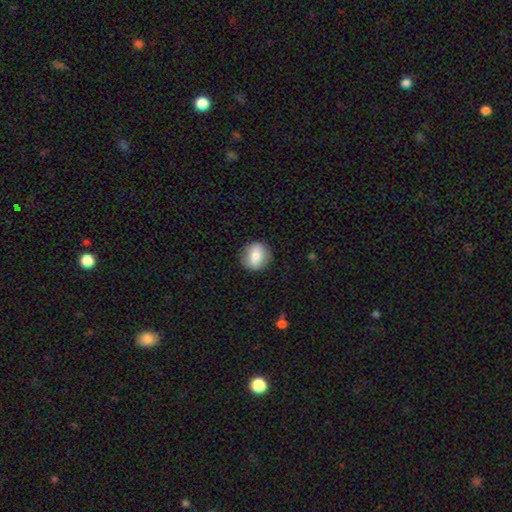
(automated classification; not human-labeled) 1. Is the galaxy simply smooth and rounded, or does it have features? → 73% smooth, 20% featured or disk, 8% star or artifact.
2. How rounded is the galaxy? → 79% round, 19% in between, 1% cigar-shaped.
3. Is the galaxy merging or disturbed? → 87% none, 9% minor disturbance, 3% major disturbance, 1% merger.